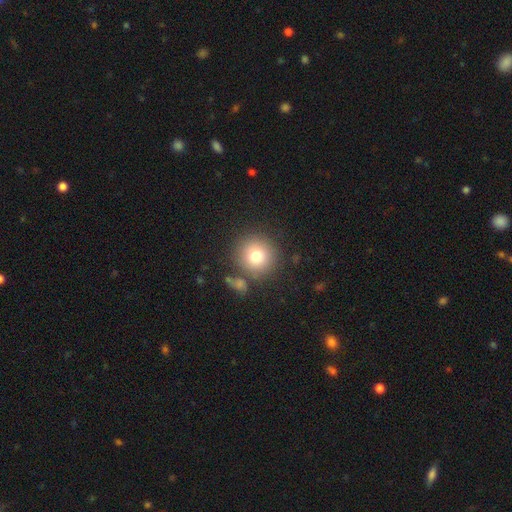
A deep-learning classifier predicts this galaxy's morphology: This appears to be a smooth galaxy with no disk features (77%) that is round (93%). Merging: none (80%).